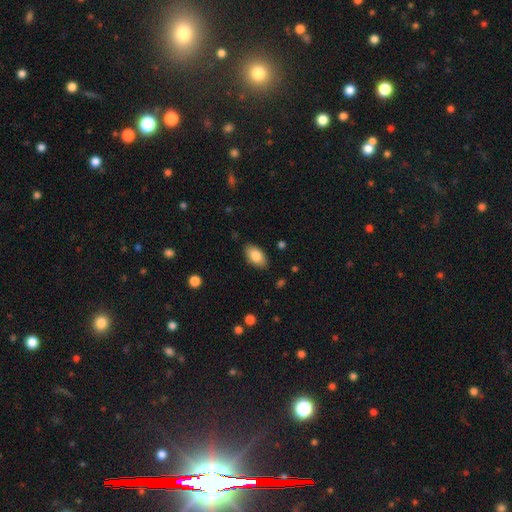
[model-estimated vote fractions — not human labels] Overall: smooth (84%). How rounded: in between (94%). Merging: none (86%).